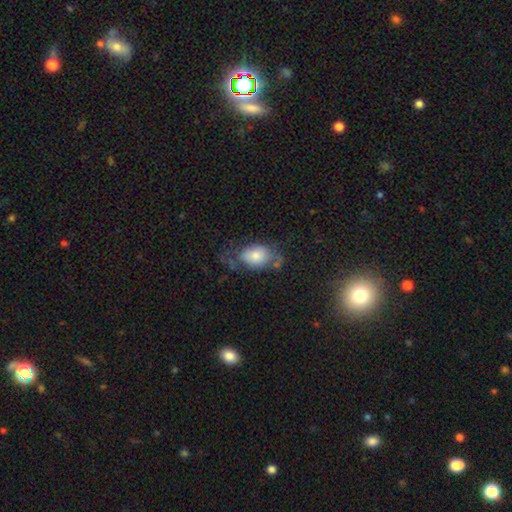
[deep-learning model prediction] Smooth or featured: smooth — 73% (featured or disk — 20%)
How rounded: in between — 86% (round — 13%)
Merging: none — 43% (minor disturbance — 28%)